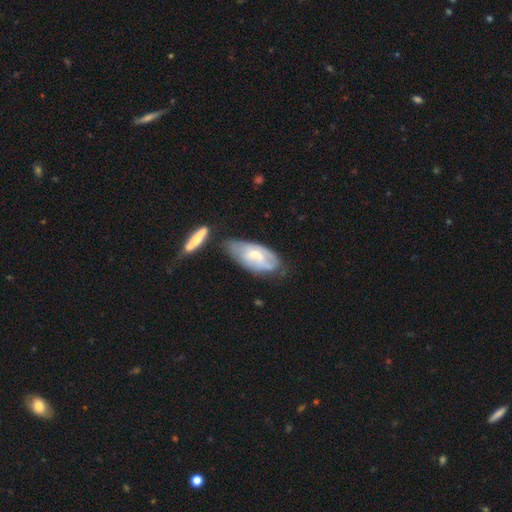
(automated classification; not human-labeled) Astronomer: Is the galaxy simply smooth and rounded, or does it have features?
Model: featured or disk — 51% (runner-up: smooth, 43%).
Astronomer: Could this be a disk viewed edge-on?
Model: no — 89%.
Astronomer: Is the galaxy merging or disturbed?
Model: none — 44% (runner-up: minor disturbance, 32%).